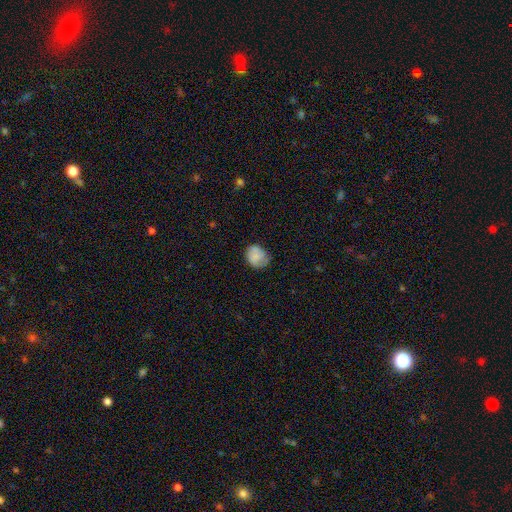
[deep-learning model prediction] Smooth or featured: smooth — 72% (featured or disk — 20%)
How rounded: round — 63% (in between — 36%)
Merging: none — 70% (minor disturbance — 23%)